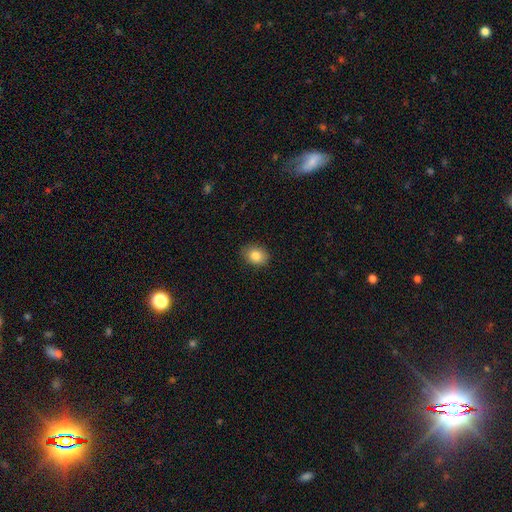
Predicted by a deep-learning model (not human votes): A smooth galaxy with no disk features (84%) that is in between round and cigar-shaped (60%).

Vote fractions:
- Smooth or featured? smooth: 84% / star or artifact: 9% / featured or disk: 7%
- How rounded? in between: 60% / round: 39% / cigar-shaped: 1%
- Merging? none: 89% / minor disturbance: 8% / major disturbance: 2% / merger: 1%